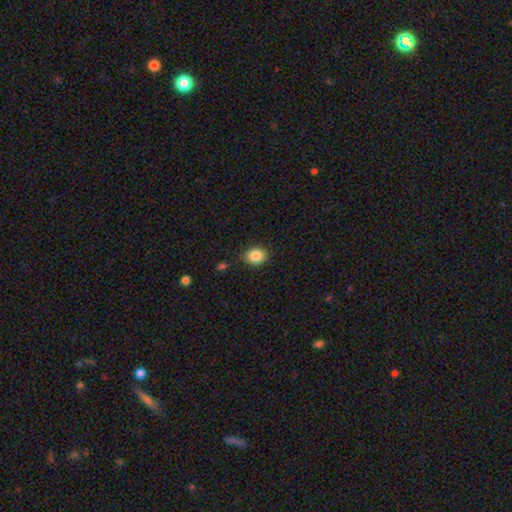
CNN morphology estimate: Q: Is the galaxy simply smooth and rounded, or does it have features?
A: smooth — 86%.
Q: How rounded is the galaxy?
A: round — 58%.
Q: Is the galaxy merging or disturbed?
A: none — 82%.